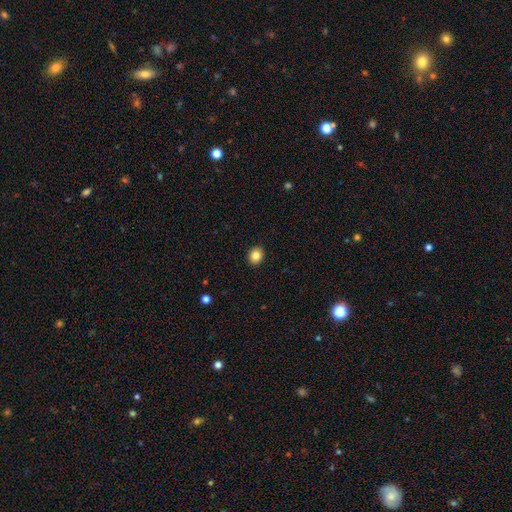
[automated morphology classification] A smooth galaxy with no disk features (84%) that is round (67%). Merging: none (92%).